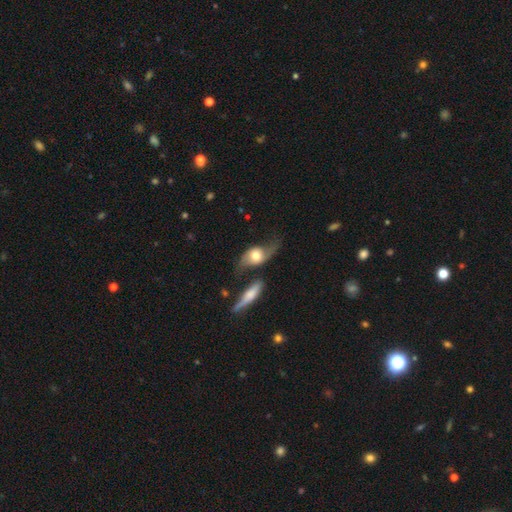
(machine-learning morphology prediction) Smooth or featured? featured or disk (59%)
Edge-on disk? no (86%)
Bar? no (71%)
Spiral arms? yes (82%)
Bulge size? moderate (61%)
Merging? none (42%)